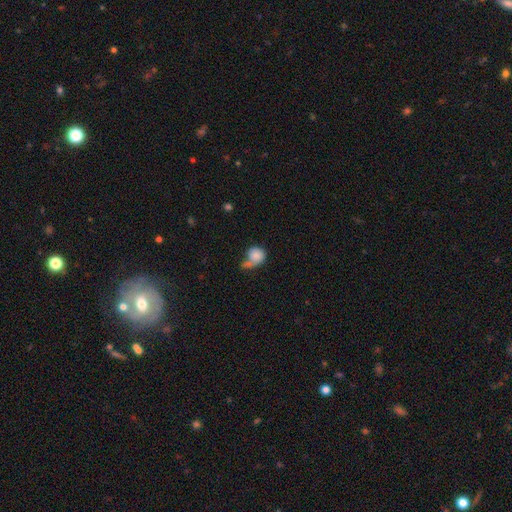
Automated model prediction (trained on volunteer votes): This is likely a smooth galaxy (78%). How rounded: likely round (68%). Merging: marginally none (28%).